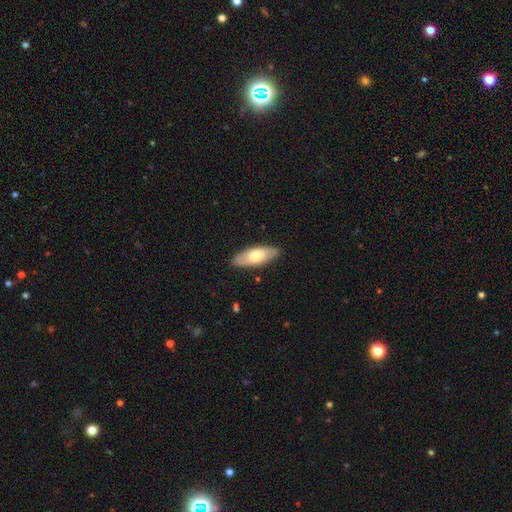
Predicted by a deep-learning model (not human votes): The model was most divided on "smooth or featured": smooth: 61%, featured or disk: 34%, star or artifact: 5%. More confident: merging — none (86%); how rounded — in between (74%).